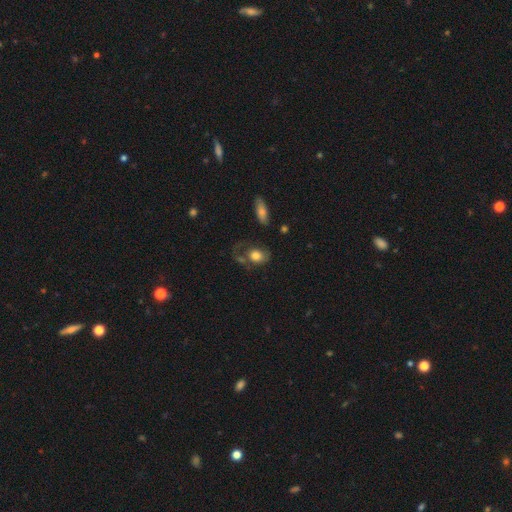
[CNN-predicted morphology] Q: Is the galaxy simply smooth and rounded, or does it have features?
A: smooth — 67%.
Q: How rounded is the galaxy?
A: in between — 59%.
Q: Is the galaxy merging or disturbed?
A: none — 36%.